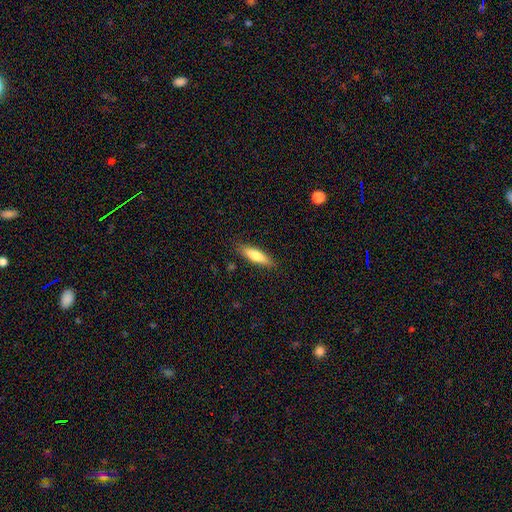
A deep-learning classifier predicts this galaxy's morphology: Smooth or featured? Predicted: smooth (p=0.77). How rounded? Predicted: cigar-shaped (p=0.61). Merging? Predicted: none (p=0.86).